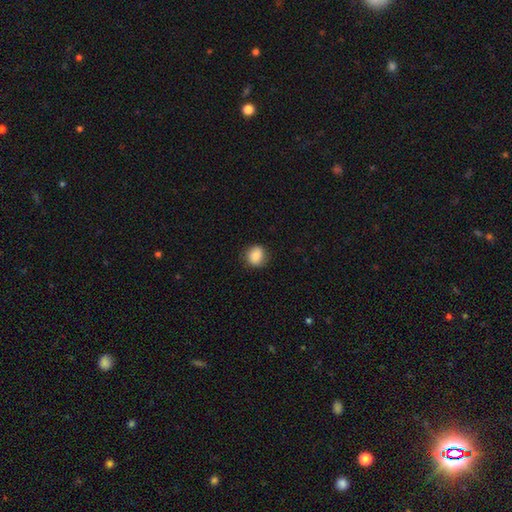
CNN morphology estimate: The model was most divided on "how rounded": round: 80%, in between: 19%, cigar-shaped: 1%. More confident: smooth or featured — smooth (82%); merging — none (82%).